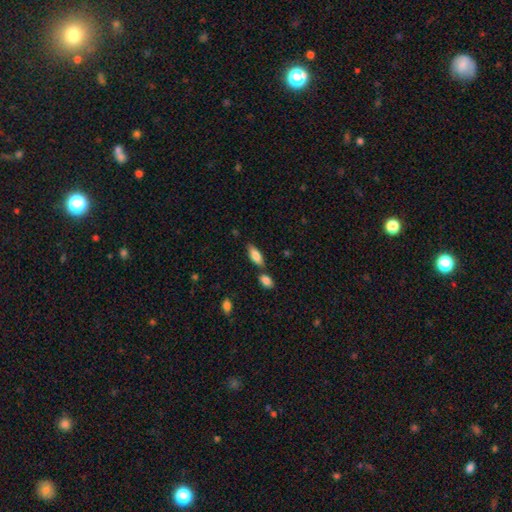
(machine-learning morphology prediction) type=smooth (79%); roundness=in between (74%); merging=none (68%).